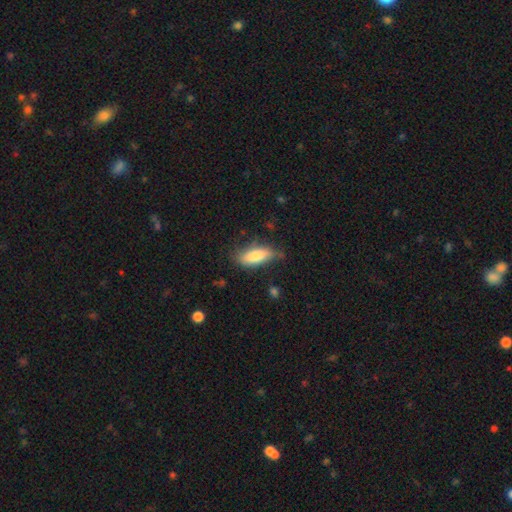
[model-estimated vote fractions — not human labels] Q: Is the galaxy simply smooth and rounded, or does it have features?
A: smooth — 80%.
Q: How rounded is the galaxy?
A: in between — 69%.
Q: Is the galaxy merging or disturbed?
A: none — 71%.